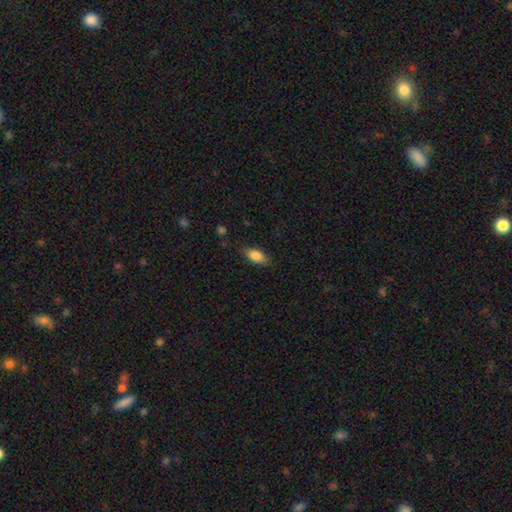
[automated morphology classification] This appears to be a smooth galaxy with no disk features (85%) that is in between round and cigar-shaped (87%). Merging: none (80%).